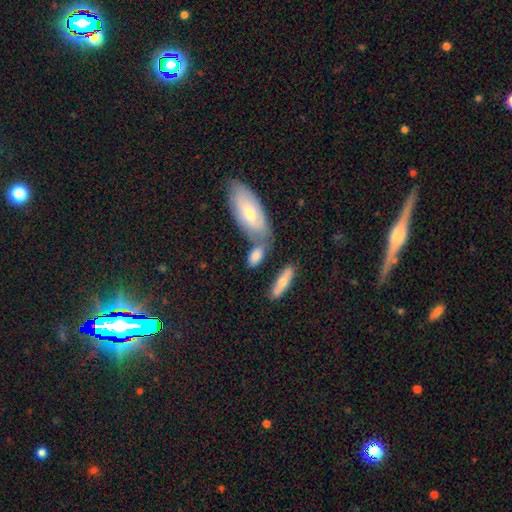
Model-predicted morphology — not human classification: smooth 73%, featured or disk 20%, star or artifact 7%. Down the decision tree: how rounded — in between (81%); merging — none (46%).